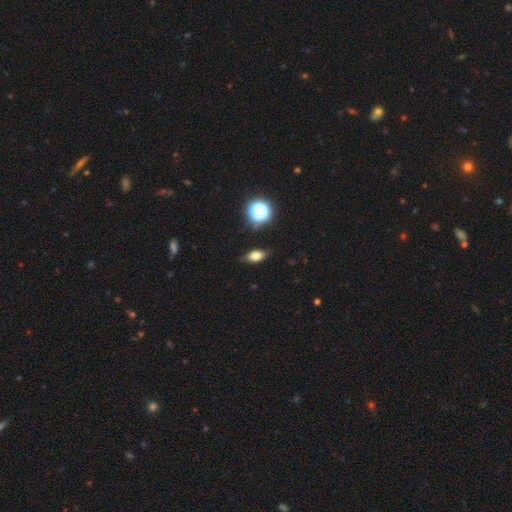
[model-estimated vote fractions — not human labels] This appears to be a smooth galaxy with no disk features (71%) that is in between round and cigar-shaped (78%). Merging: none (81%).